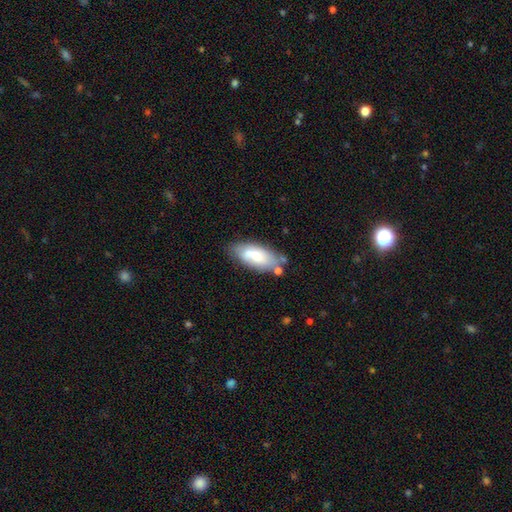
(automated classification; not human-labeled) Smooth or featured? Predicted: smooth (p=0.63). How rounded? Predicted: in between (p=0.86). Merging? Predicted: none (p=0.60).